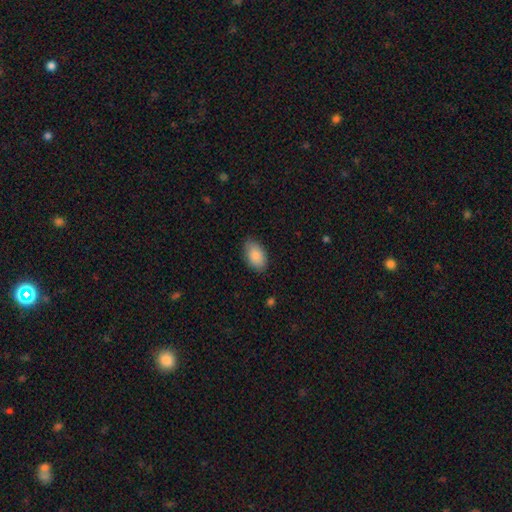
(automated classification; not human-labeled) smooth_or_featured: smooth (p=0.87) [alt: featured or disk p=0.07]
how_rounded: in between (p=0.93) [alt: round p=0.05]
merging: none (p=0.84) [alt: minor disturbance p=0.12]